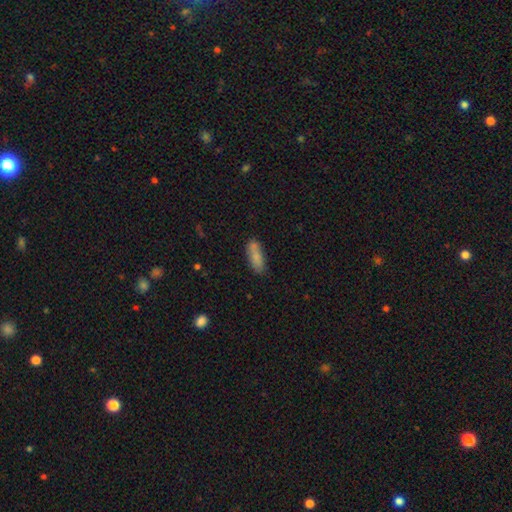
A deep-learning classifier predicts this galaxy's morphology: Smooth or featured? Predicted: smooth (p=0.81). How rounded? Predicted: in between (p=0.59). Merging? Predicted: none (p=0.71).